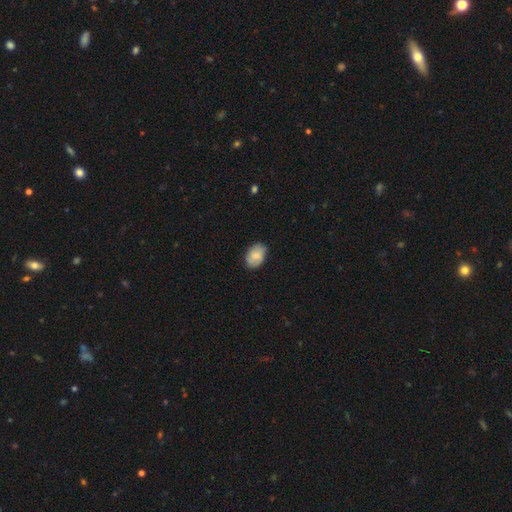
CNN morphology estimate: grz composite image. It shows a smooth galaxy with no disk features (80%) that is in between round and cigar-shaped (86%). Merging: none (82%).